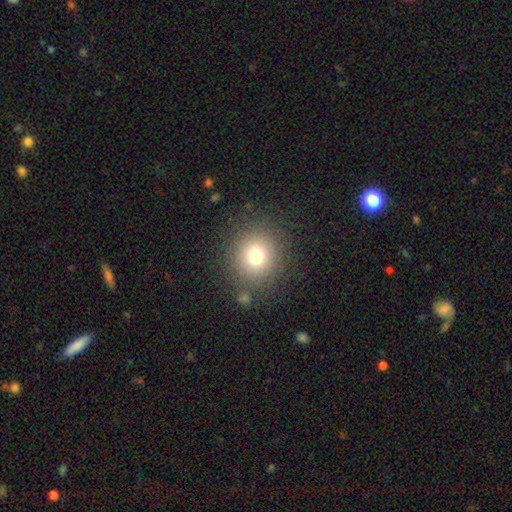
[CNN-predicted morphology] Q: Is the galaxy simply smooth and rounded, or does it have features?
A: smooth — 75%.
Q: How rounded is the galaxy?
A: round — 90%.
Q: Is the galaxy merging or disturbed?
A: none — 84%.